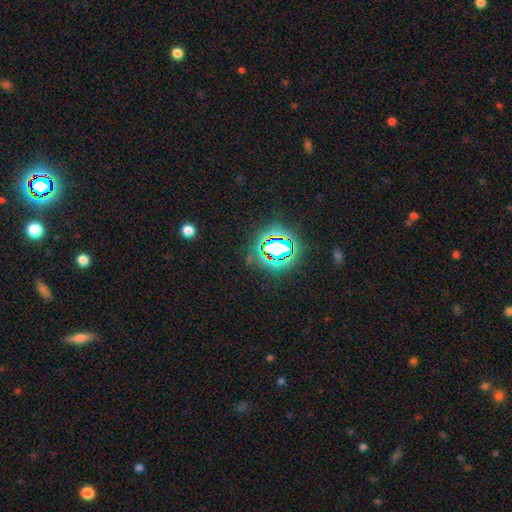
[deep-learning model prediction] Smooth or featured: star or artifact — 80% (smooth — 13%)